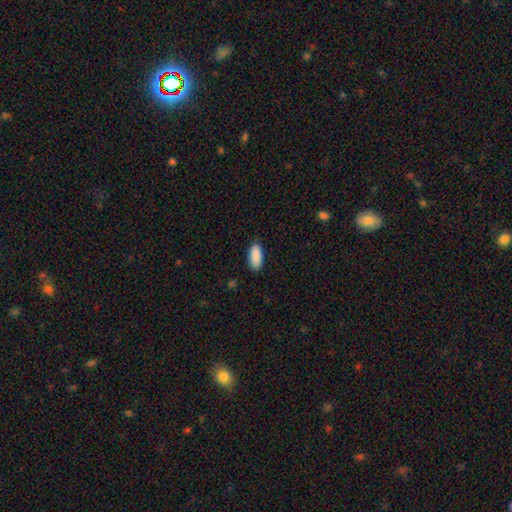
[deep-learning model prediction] smooth-or-featured: smooth: 91% | star or artifact: 6% | featured or disk: 3%
  how-rounded: in between: 88% | cigar-shaped: 10% | round: 2%
  merging: none: 87% | minor disturbance: 10% | major disturbance: 2% | merger: 1%